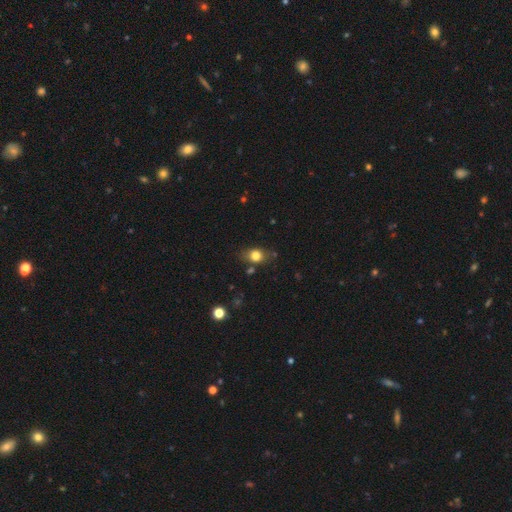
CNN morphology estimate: A smooth galaxy with no disk features (79%) that is in between round and cigar-shaped (54%). Merging: none (74%).